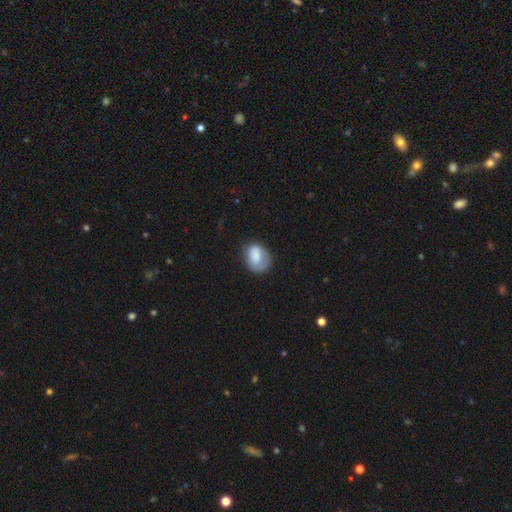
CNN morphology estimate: The model was most divided on "how rounded": in between: 58%, round: 41%, cigar-shaped: 1%. More confident: smooth or featured — smooth (77%); merging — none (51%).